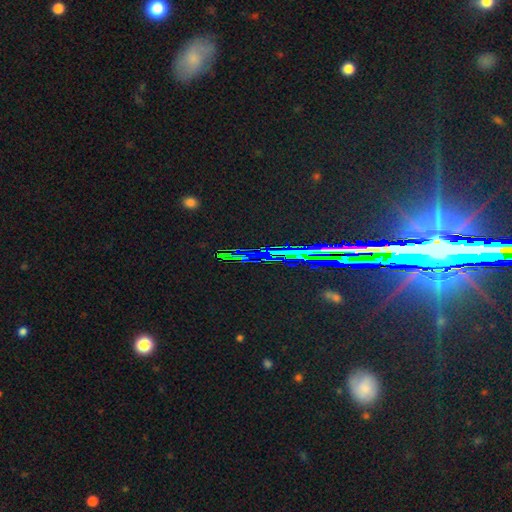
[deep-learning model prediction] This is likely a star or artifact rather than a galaxy (78%).